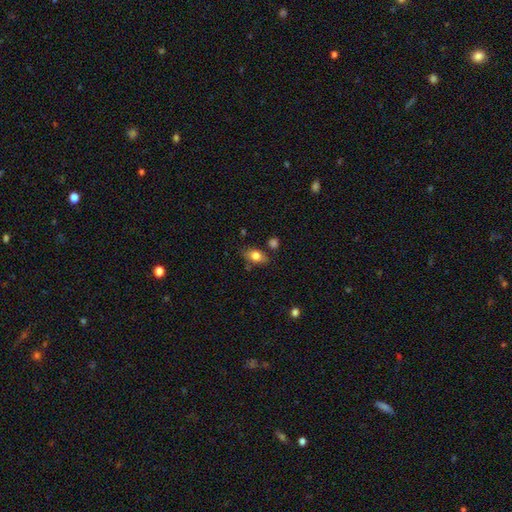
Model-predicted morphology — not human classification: smooth 75%, featured or disk 17%, star or artifact 8%. Down the decision tree: how rounded — in between (81%); merging — none (70%).